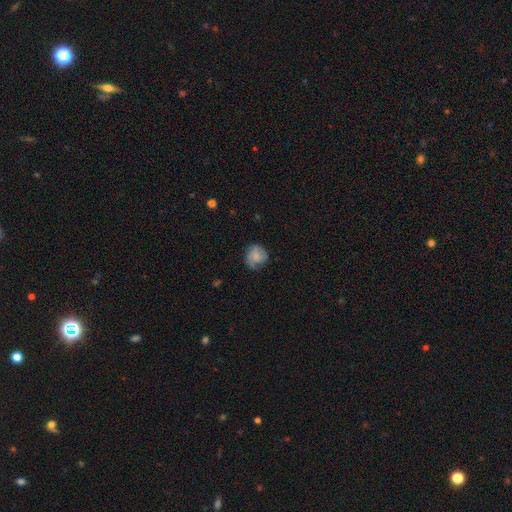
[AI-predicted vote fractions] Q: Smooth or featured?
A: smooth (54%); runner-up: featured or disk (37%)
Q: How rounded?
A: round (77%); runner-up: in between (22%)
Q: Merging?
A: none (64%); runner-up: minor disturbance (24%)